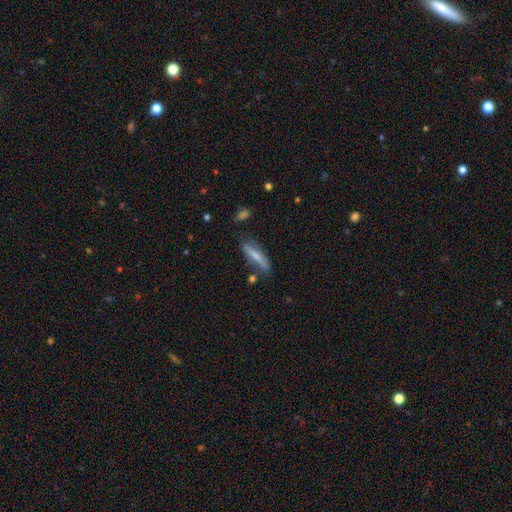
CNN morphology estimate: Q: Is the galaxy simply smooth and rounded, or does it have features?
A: smooth — 62%.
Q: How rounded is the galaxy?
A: cigar-shaped — 76%.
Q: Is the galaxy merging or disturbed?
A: none — 67%.